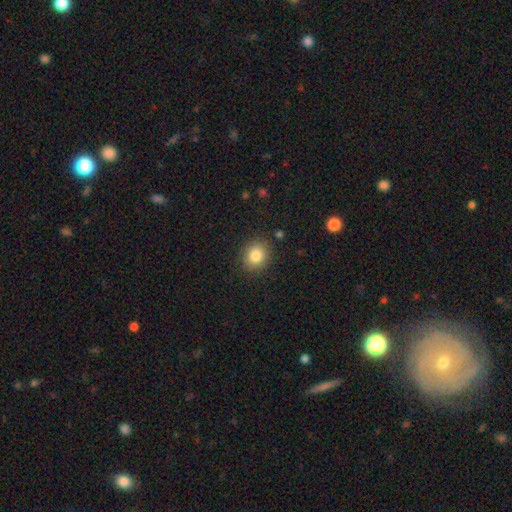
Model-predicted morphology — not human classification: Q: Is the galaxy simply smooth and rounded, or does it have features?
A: smooth — 83%.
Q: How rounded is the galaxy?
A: round — 72%.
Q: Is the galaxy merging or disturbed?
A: none — 87%.